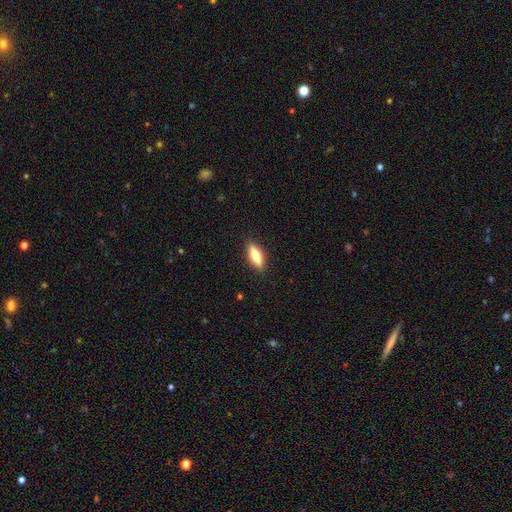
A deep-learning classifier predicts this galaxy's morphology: type=smooth (70%); roundness=cigar-shaped (51%); merging=none (88%).